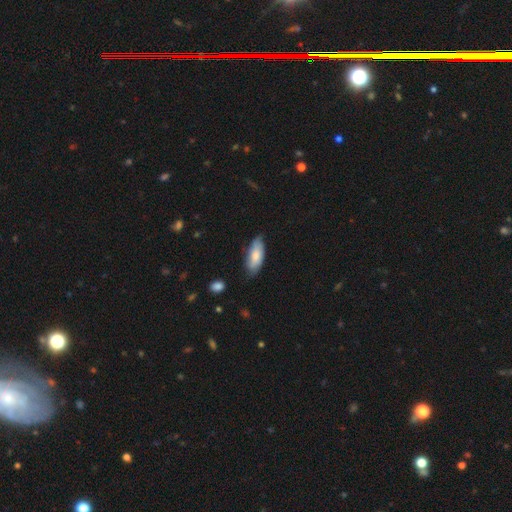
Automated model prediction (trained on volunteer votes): Smooth or featured: smooth — 74% (featured or disk — 21%)
How rounded: in between — 83% (cigar-shaped — 16%)
Merging: none — 69% (minor disturbance — 25%)